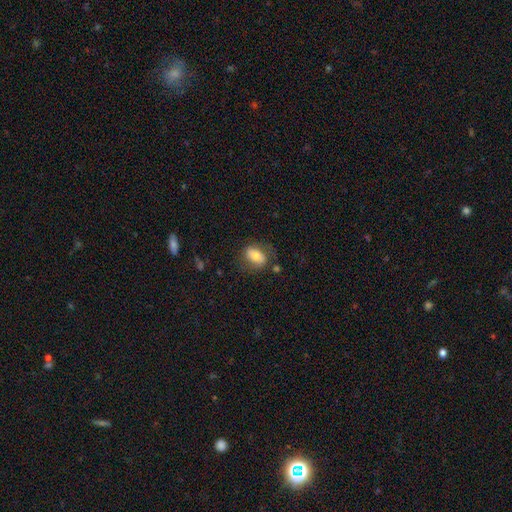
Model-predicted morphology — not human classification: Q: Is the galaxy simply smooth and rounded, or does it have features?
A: smooth — 69%.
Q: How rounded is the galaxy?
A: in between — 80%.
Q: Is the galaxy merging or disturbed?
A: none — 67%.